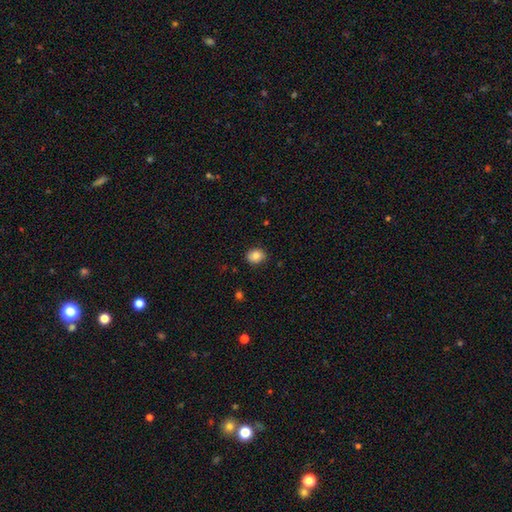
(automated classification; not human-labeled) Smooth or featured: smooth — 83% (star or artifact — 9%)
How rounded: round — 61% (in between — 38%)
Merging: none — 87% (minor disturbance — 10%)